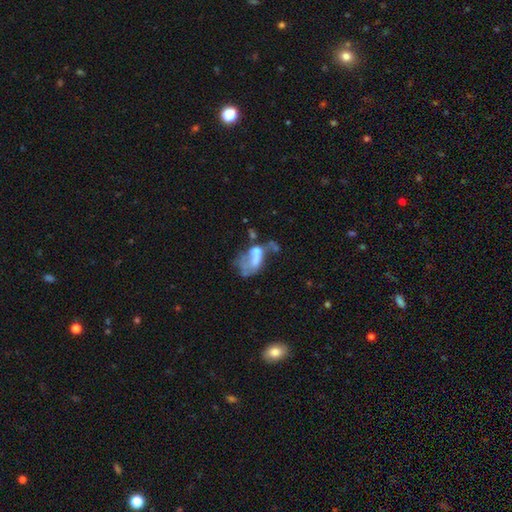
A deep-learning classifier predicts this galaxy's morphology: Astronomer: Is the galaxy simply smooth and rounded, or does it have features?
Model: featured or disk — 49% (runner-up: smooth, 38%).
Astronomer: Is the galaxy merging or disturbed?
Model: merger — 40% (runner-up: major disturbance, 35%).